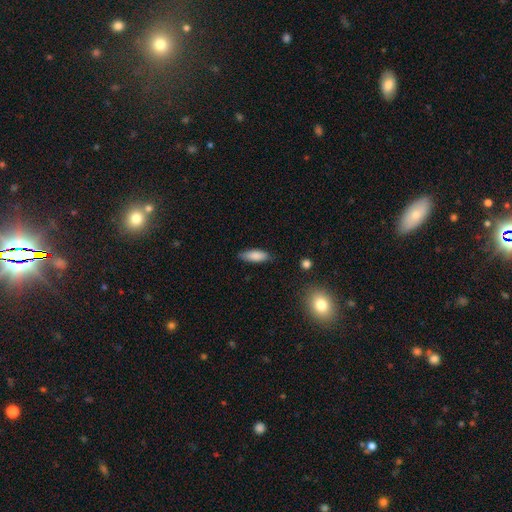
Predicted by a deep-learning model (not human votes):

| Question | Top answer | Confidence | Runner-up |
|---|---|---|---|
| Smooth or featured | smooth | 84% | featured or disk (9%) |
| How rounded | in between | 59% | cigar-shaped (38%) |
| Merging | none | 82% | minor disturbance (14%) |